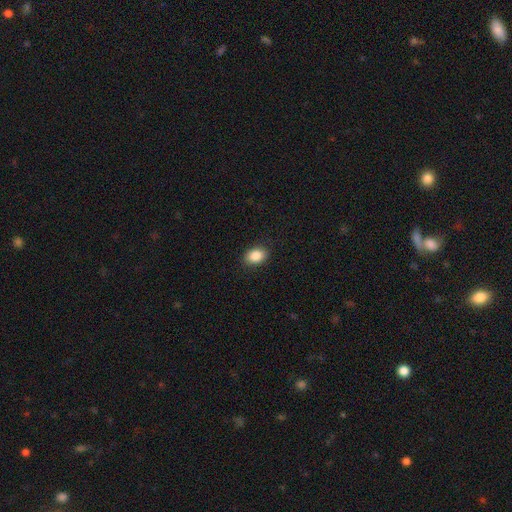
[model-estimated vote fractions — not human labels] Smooth or featured: smooth — 87% (star or artifact — 8%)
How rounded: in between — 79% (round — 19%)
Merging: none — 87% (minor disturbance — 9%)